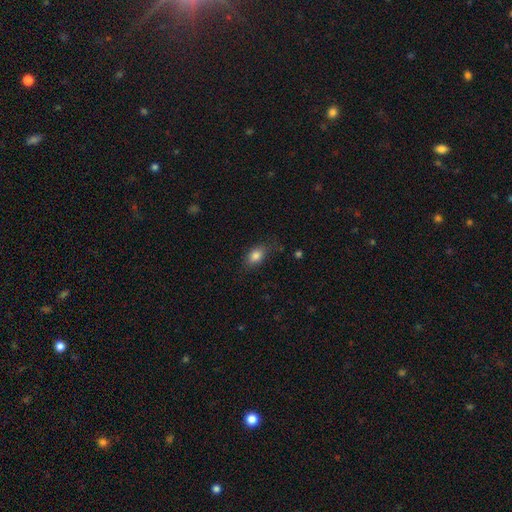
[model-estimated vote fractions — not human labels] The model was most divided on "merging": none: 73%, minor disturbance: 19%, major disturbance: 6%, merger: 2%. More confident: smooth or featured — smooth (83%); how rounded — in between (79%).